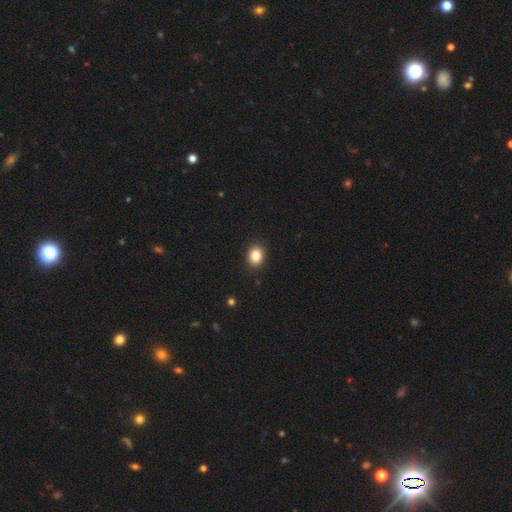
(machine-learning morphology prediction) smooth_or_featured: smooth (p=0.85) [alt: star or artifact p=0.10]
how_rounded: round (p=0.50) [alt: in between p=0.49]
merging: none (p=0.90) [alt: minor disturbance p=0.07]